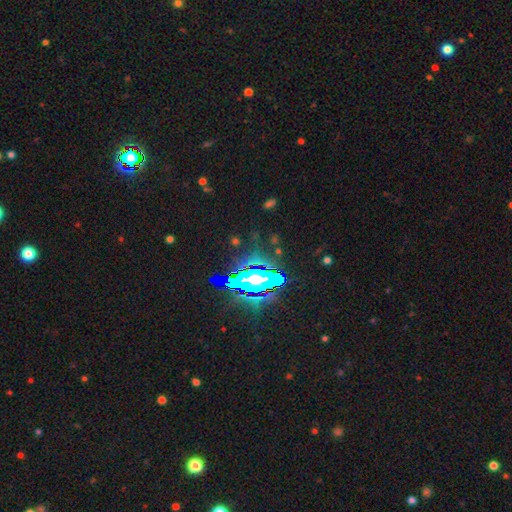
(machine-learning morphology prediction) star or artifact 61%, featured or disk 20%, smooth 19%.